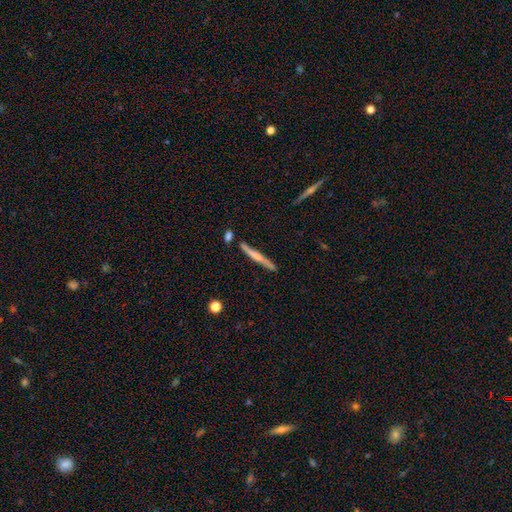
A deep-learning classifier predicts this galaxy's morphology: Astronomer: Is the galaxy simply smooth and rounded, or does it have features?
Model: featured or disk — 48% (runner-up: smooth, 46%).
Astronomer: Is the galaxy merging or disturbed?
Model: none — 83%.